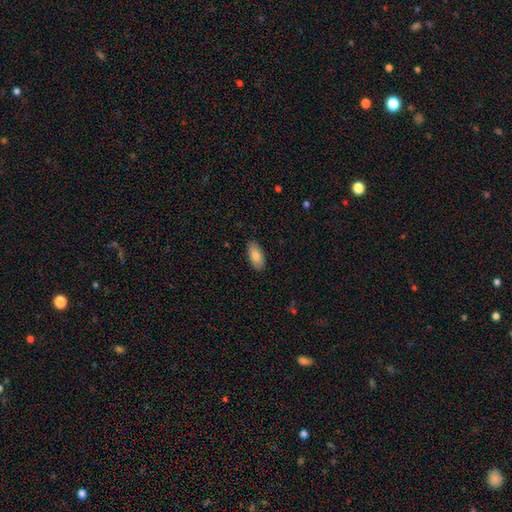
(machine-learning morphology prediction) smooth-or-featured: smooth: 86% | featured or disk: 8% | star or artifact: 6%
  how-rounded: in between: 90% | cigar-shaped: 8% | round: 2%
  merging: none: 87% | minor disturbance: 10% | major disturbance: 2% | merger: 1%